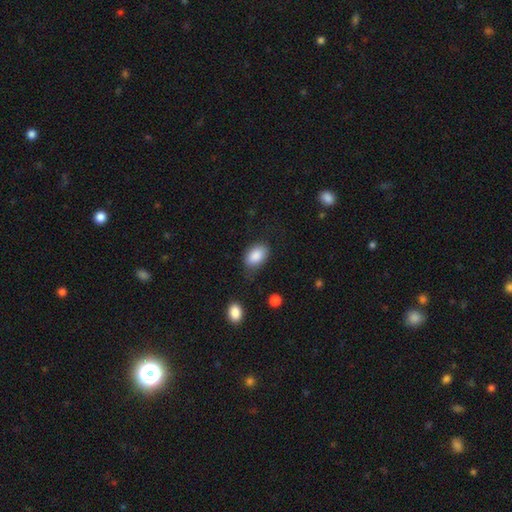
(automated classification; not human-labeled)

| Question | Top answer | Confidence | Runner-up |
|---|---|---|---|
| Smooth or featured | smooth | 87% | star or artifact (7%) |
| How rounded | in between | 89% | round (10%) |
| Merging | none | 72% | minor disturbance (20%) |